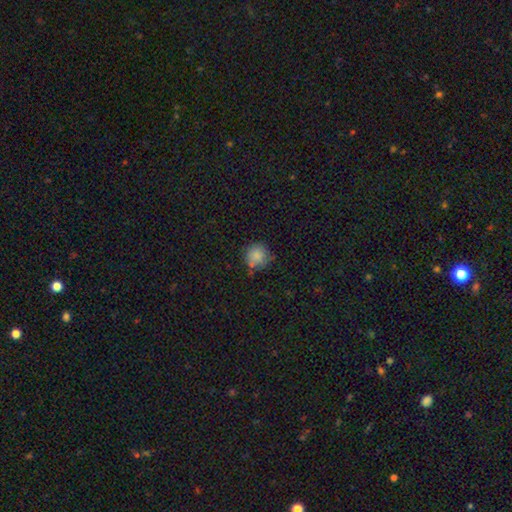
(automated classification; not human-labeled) Q: Smooth or featured?
A: smooth (82%); runner-up: star or artifact (12%)
Q: How rounded?
A: round (92%); runner-up: in between (7%)
Q: Merging?
A: none (72%); runner-up: minor disturbance (18%)